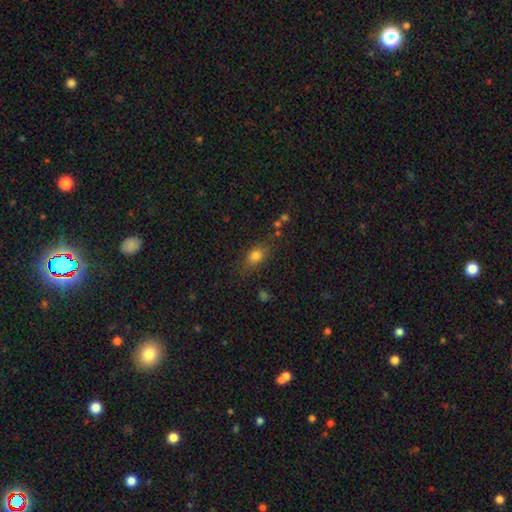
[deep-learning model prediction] Overall: smooth (76%). How rounded: in between (65%; round 28%). Merging: none (73%).